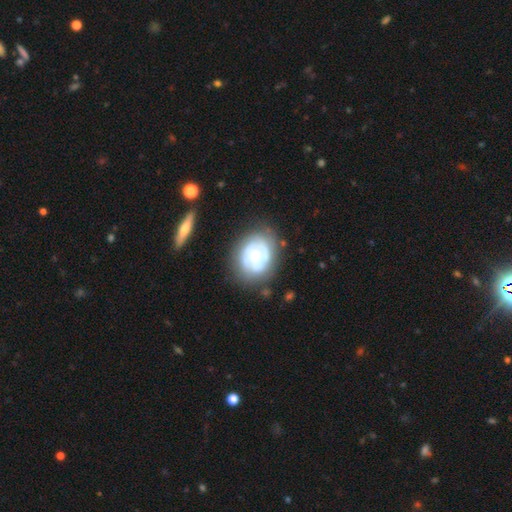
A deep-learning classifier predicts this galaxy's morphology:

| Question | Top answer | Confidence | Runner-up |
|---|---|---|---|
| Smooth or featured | featured or disk | 73% | smooth (22%) |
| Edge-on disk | no | 97% | yes (3%) |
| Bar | no | 79% | weak (18%) |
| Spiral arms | yes | 80% | no (20%) |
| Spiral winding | tight | 61% | medium (29%) |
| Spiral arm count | can't tell | 36% | 2 (30%) |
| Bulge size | small | 54% | moderate (40%) |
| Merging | none | 67% | minor disturbance (20%) |